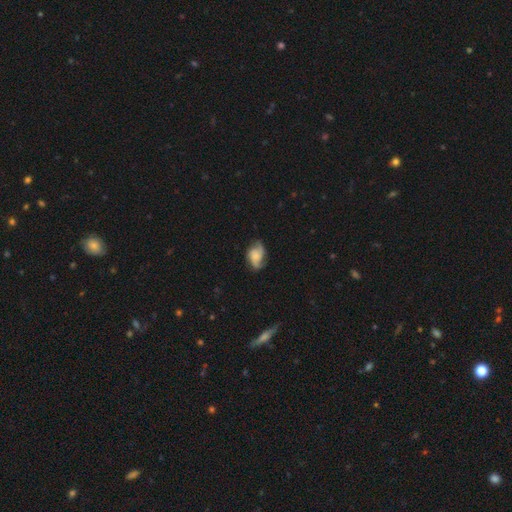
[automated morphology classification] A featured or disk galaxy (65%) with no bar (68%), 2 (50%) medium (46%) spiral arms (93%) and no central bulge (38%). Merging: none (65%).